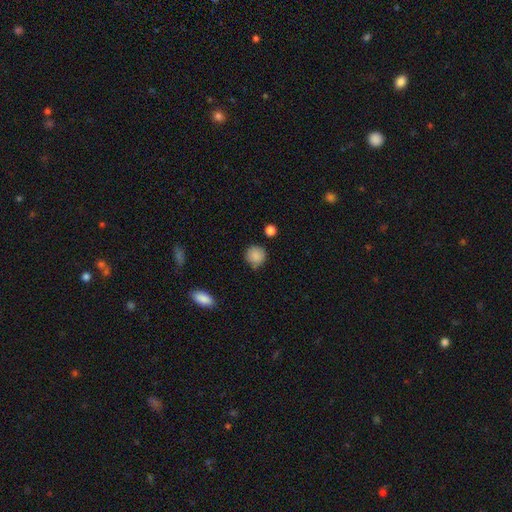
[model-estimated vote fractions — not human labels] The model was most divided on "merging": none: 73%, minor disturbance: 19%, merger: 4%, major disturbance: 4%. More confident: how rounded — round (89%); smooth or featured — smooth (86%).